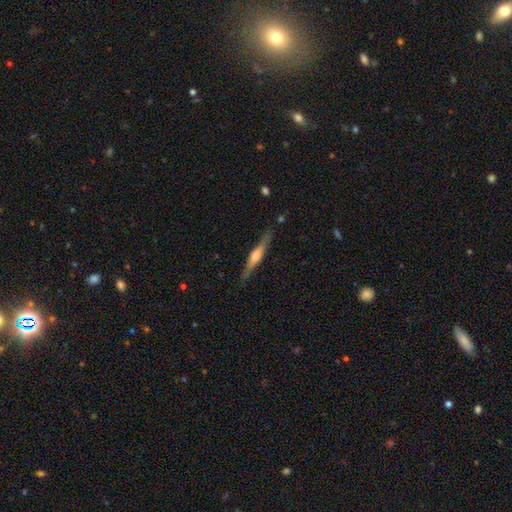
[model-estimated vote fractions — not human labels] smooth-or-featured: featured or disk: 61% | smooth: 33% | star or artifact: 6%
  disk-edge-on: yes: 96% | no: 4%
    edge-on-bulge: rounded: 70% | boxy: 20% | none: 10%
  merging: none: 85% | minor disturbance: 11% | major disturbance: 2% | merger: 2%